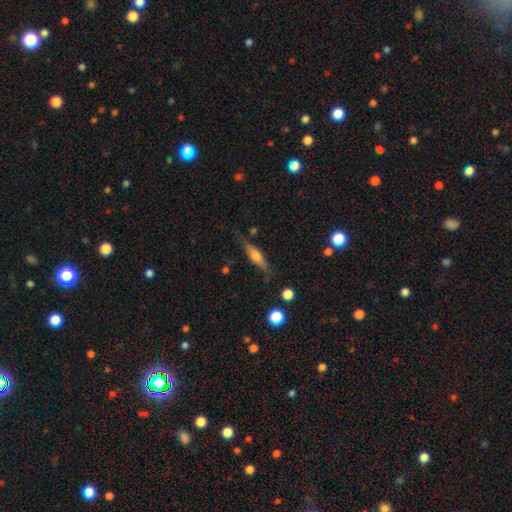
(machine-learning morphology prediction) smooth-or-featured: featured or disk: 52% | smooth: 41% | star or artifact: 7%
  disk-edge-on: yes: 93% | no: 7%
  merging: none: 74% | minor disturbance: 18% | major disturbance: 5% | merger: 3%